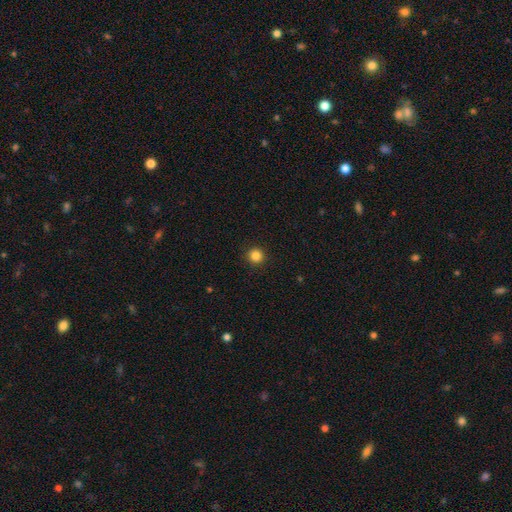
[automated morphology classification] This is clearly a smooth galaxy (85%). How rounded: clearly round (95%). Merging: clearly none (93%).